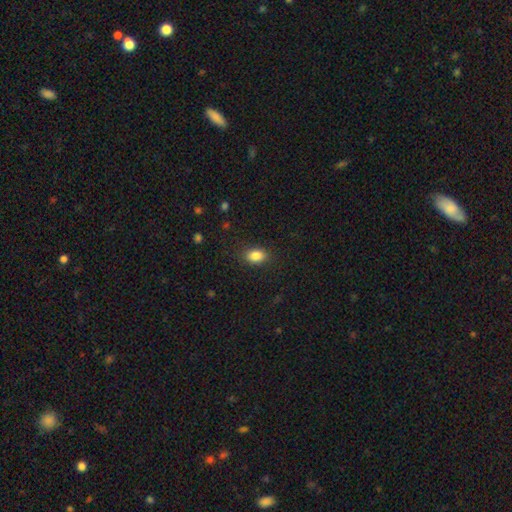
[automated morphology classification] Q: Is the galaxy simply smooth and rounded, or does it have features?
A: smooth — 86%.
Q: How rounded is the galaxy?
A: in between — 84%.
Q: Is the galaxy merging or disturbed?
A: none — 86%.